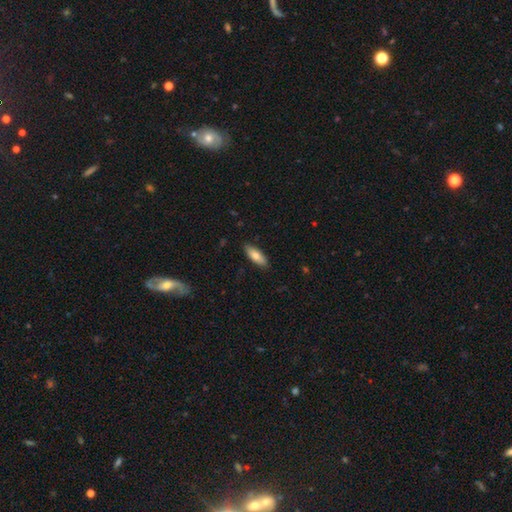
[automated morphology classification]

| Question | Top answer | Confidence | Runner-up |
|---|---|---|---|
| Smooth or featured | smooth | 80% | featured or disk (14%) |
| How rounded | in between | 69% | cigar-shaped (30%) |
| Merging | none | 87% | minor disturbance (10%) |